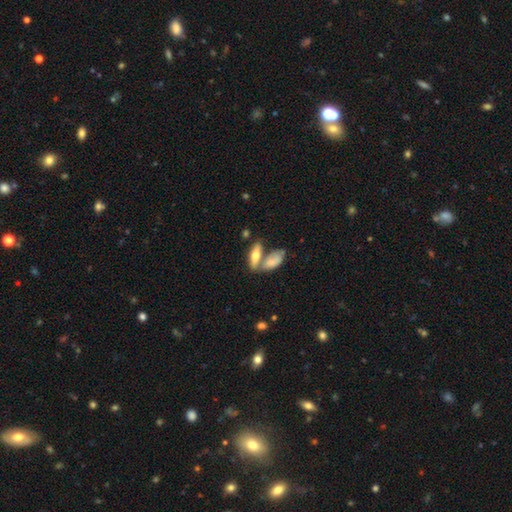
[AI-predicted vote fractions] Smooth or featured?
  - smooth: 65% *
  - featured or disk: 29%
  - star or artifact: 6%
How rounded?
  - in between: 67% *
  - cigar-shaped: 30%
  - round: 3%
Merging?
  - none: 45% *
  - merger: 42%
  - minor disturbance: 10%
  - major disturbance: 4%